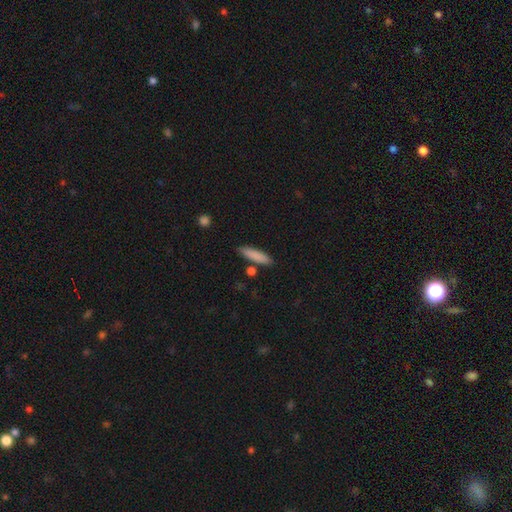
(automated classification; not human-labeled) smooth-or-featured: smooth: 85% | featured or disk: 9% | star or artifact: 6%
  how-rounded: cigar-shaped: 72% | in between: 26% | round: 2%
  merging: none: 83% | minor disturbance: 10% | merger: 5% | major disturbance: 2%